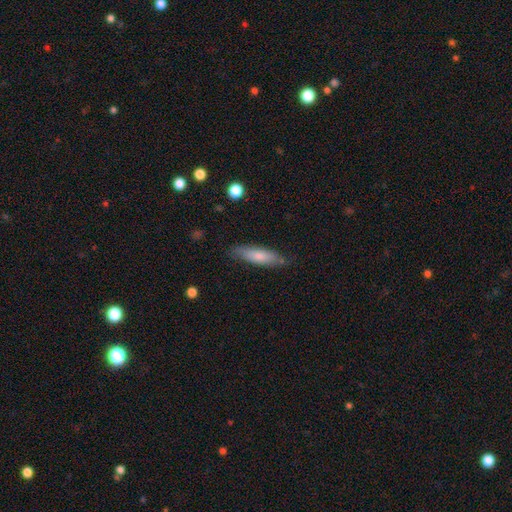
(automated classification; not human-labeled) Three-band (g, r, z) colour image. It shows a smooth galaxy with no disk features (63%) that is cigar-shaped (73%). Merging: none (83%).